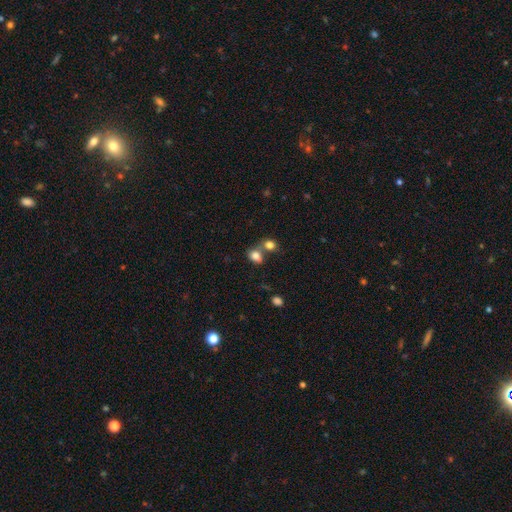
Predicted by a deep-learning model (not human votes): smooth_or_featured: smooth (p=0.81) [alt: star or artifact p=0.11]
how_rounded: in between (p=0.62) [alt: round p=0.36]
merging: merger (p=0.44) [alt: none p=0.41]